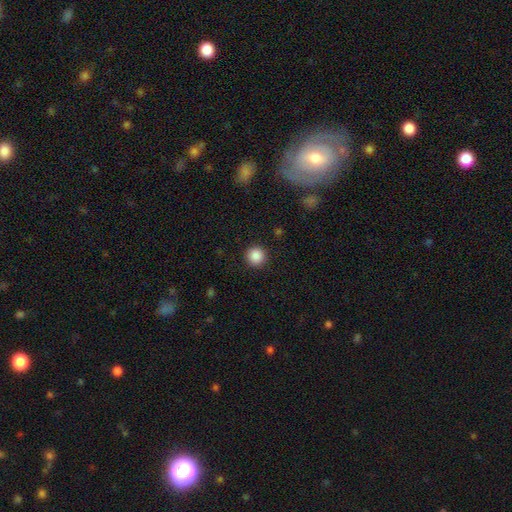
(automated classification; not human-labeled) Q: Smooth or featured?
A: smooth (88%); runner-up: star or artifact (9%)
Q: How rounded?
A: round (95%); runner-up: in between (4%)
Q: Merging?
A: none (91%); runner-up: minor disturbance (5%)